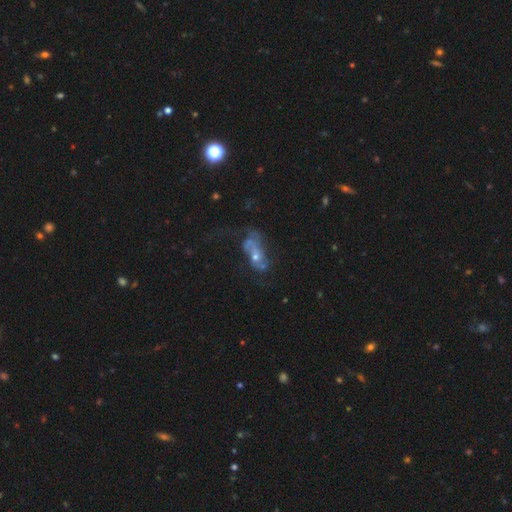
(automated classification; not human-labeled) Smooth or featured: featured or disk — 56% (smooth — 29%)
Edge-on disk: no — 91% (yes — 9%)
Bar: no — 83% (weak — 13%)
Spiral arms: no — 61% (yes — 39%)
Bulge size: small — 47% (moderate — 39%)
Merging: major disturbance — 37% (none — 28%)